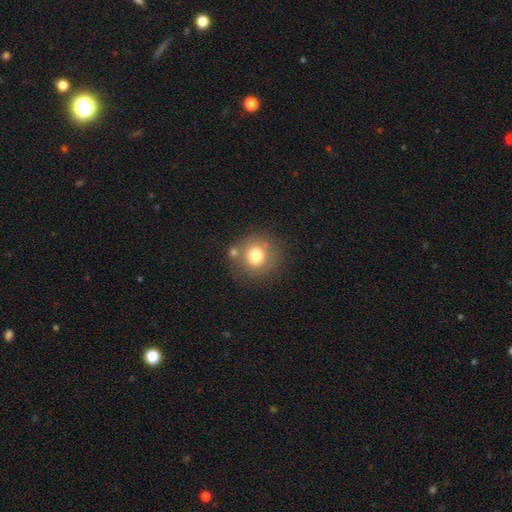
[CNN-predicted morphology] Overall: smooth (75%). How rounded: round (89%). Merging: none (71%).